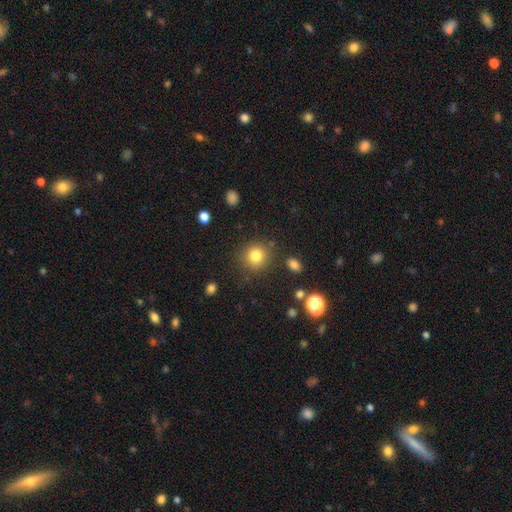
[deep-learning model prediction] Smooth or featured? Predicted: smooth (p=0.81). How rounded? Predicted: round (p=0.87). Merging? Predicted: none (p=0.84).